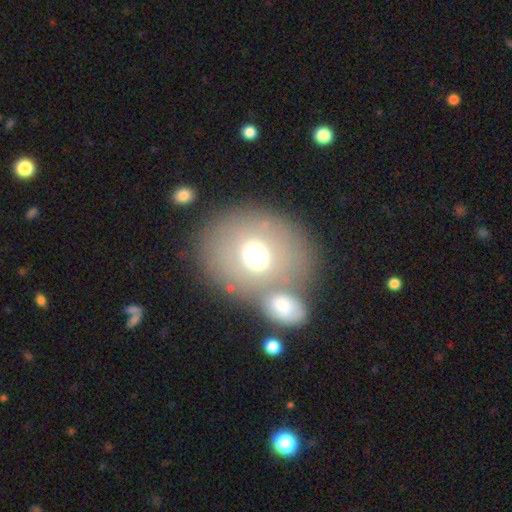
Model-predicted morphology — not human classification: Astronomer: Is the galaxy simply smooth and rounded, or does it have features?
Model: smooth — 69%.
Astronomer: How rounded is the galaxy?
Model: round — 64%.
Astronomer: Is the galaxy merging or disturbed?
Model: none — 47% (runner-up: merger, 37%).